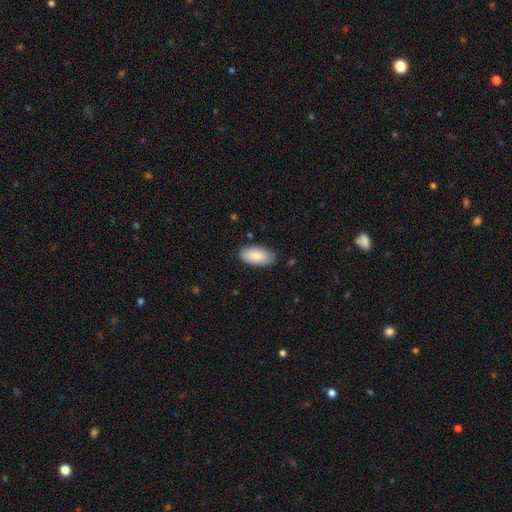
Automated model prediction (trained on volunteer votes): This is clearly a smooth galaxy (87%). How rounded: clearly in between (94%). Merging: clearly none (82%).